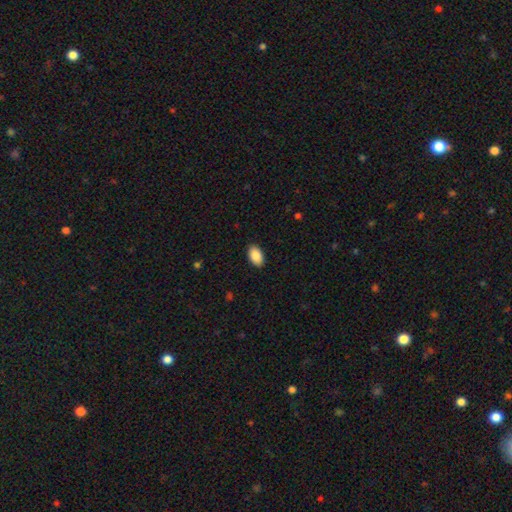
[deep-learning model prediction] This is clearly a smooth galaxy (90%). How rounded: clearly in between (93%). Merging: clearly none (89%).